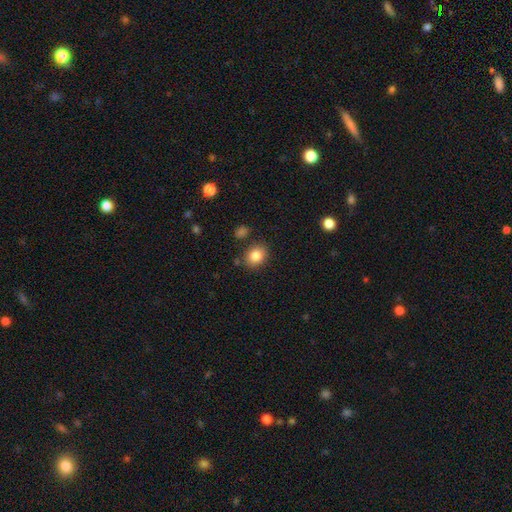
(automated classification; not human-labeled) Overall: smooth (84%). How rounded: round (56%; in between 43%). Merging: none (82%).